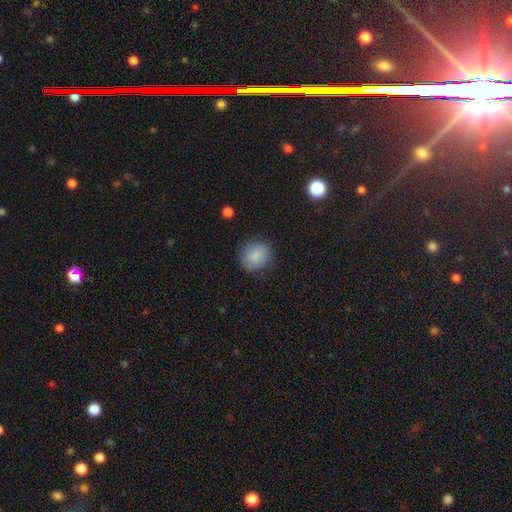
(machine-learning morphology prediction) A smooth galaxy with no disk features (84%) that is round (80%). Merging: none (81%).